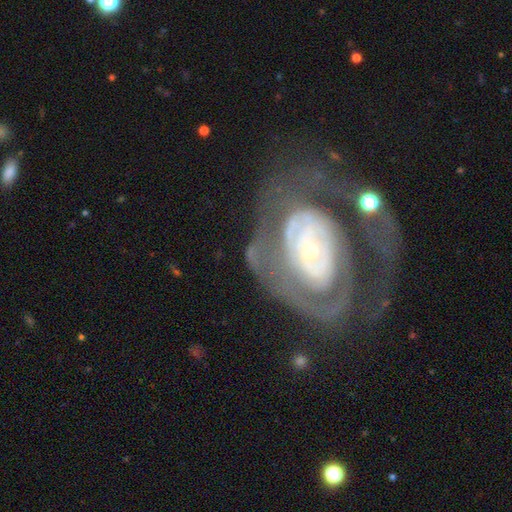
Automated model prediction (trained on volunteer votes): smooth_or_featured: featured or disk (p=0.78) [alt: smooth p=0.16]
disk_edge_on: no (p=0.95) [alt: yes p=0.05]
bar: no (p=0.76) [alt: weak p=0.16]
has_spiral_arms: yes (p=0.67) [alt: no p=0.33]
bulge_size: small (p=0.49) [alt: moderate p=0.45]
merging: none (p=0.41) [alt: major disturbance p=0.31]